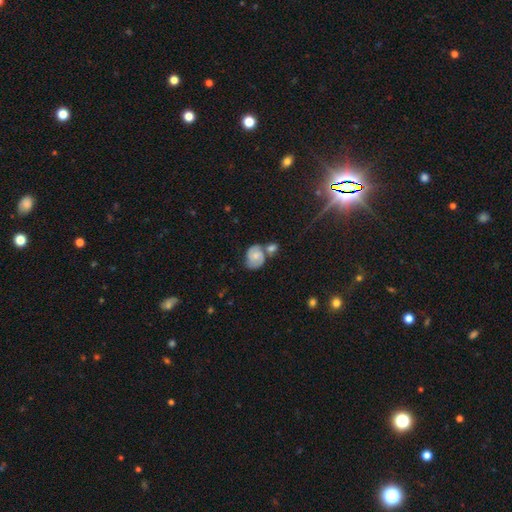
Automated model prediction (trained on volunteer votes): Overall: featured or disk (50%; smooth 42%). Merging: none (38%; merger 35%).